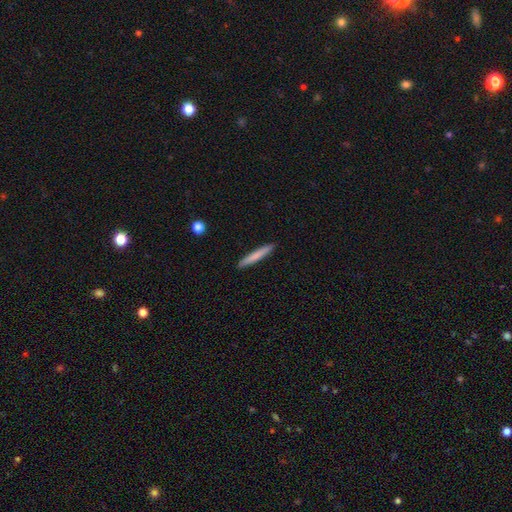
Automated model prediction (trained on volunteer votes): smooth-or-featured: smooth: 75% | featured or disk: 19% | star or artifact: 5%
  how-rounded: cigar-shaped: 96% | in between: 3% | round: 1%
  merging: none: 92% | minor disturbance: 6% | major disturbance: 1% | merger: 1%